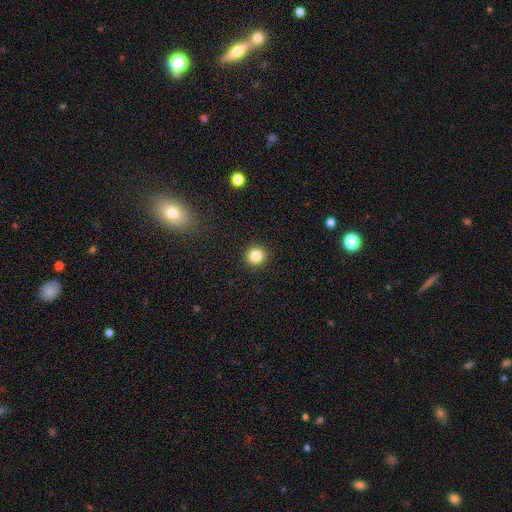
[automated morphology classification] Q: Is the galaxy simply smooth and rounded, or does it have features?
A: smooth — 83%.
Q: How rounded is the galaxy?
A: round — 92%.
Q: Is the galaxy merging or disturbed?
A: none — 92%.